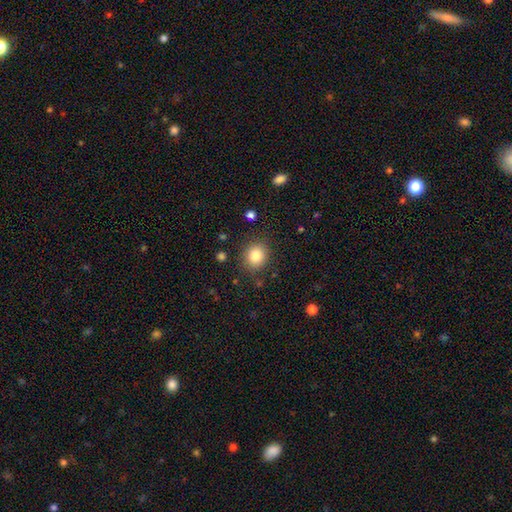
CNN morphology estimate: This is clearly a smooth galaxy (83%). How rounded: likely round (75%). Merging: clearly none (86%).